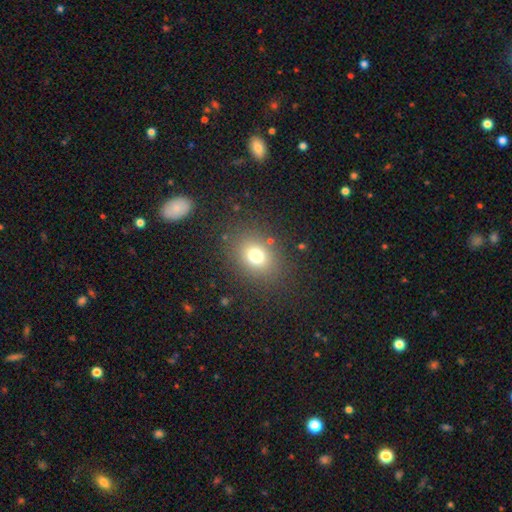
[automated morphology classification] A smooth galaxy with no disk features (74%) that is round (55%). Merging: none (84%).